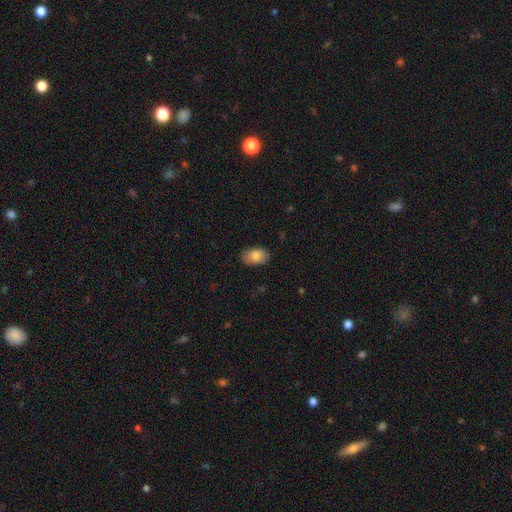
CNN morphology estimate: A smooth galaxy with no disk features (84%) that is in between round and cigar-shaped (90%). Merging: none (87%).